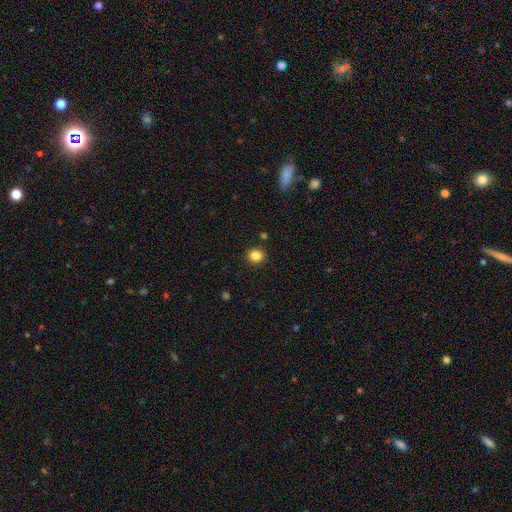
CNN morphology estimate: Smooth or featured?
  - smooth: 84% *
  - star or artifact: 11%
  - featured or disk: 5%
How rounded?
  - round: 80% *
  - in between: 19%
  - cigar-shaped: 1%
Merging?
  - none: 90% *
  - minor disturbance: 7%
  - major disturbance: 2%
  - merger: 2%